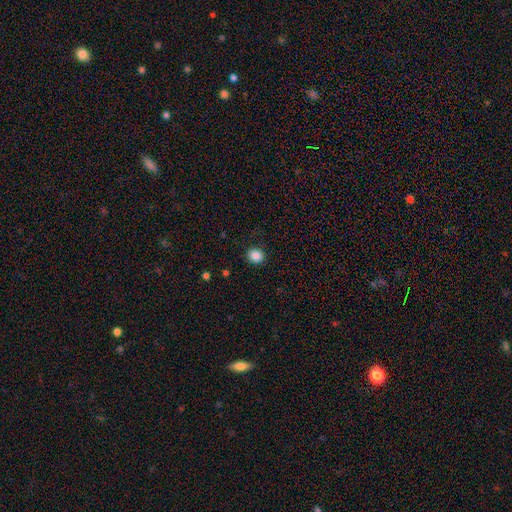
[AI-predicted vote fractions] A smooth galaxy with no disk features (86%) that is round (80%).

Vote fractions:
- Smooth or featured? smooth: 86% / star or artifact: 10% / featured or disk: 4%
- How rounded? round: 80% / in between: 20% / cigar-shaped: 1%
- Merging? none: 89% / minor disturbance: 8% / major disturbance: 2% / merger: 1%